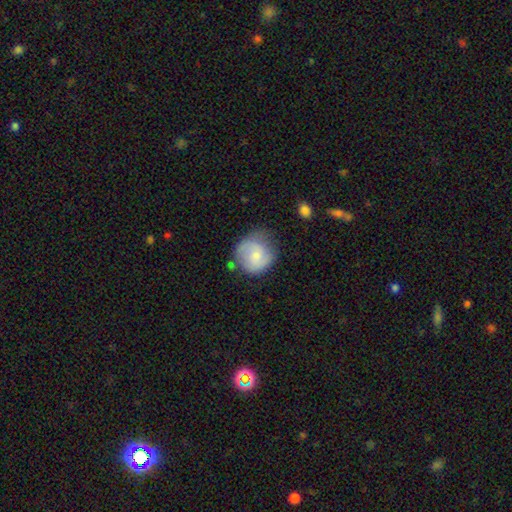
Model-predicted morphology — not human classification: Q: Smooth or featured?
A: smooth (48%); runner-up: featured or disk (45%)
Q: Merging?
A: none (58%); runner-up: minor disturbance (28%)